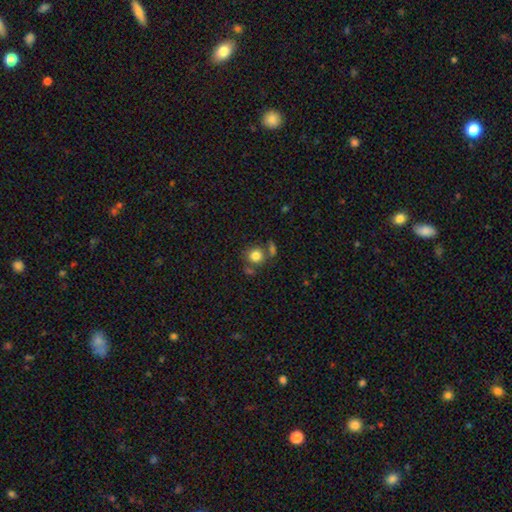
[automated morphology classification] Q: Smooth or featured?
A: smooth (81%); runner-up: star or artifact (11%)
Q: How rounded?
A: round (86%); runner-up: in between (13%)
Q: Merging?
A: none (65%); runner-up: merger (19%)